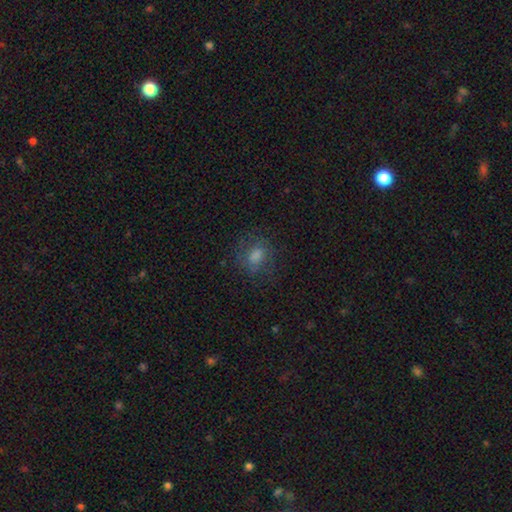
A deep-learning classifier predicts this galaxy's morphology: A smooth galaxy with no disk features (64%) that is round (52%).

Vote fractions:
- Smooth or featured? smooth: 64% / star or artifact: 19% / featured or disk: 17%
- How rounded? round: 52% / in between: 46% / cigar-shaped: 2%
- Merging? none: 73% / minor disturbance: 16% / major disturbance: 10% / merger: 1%